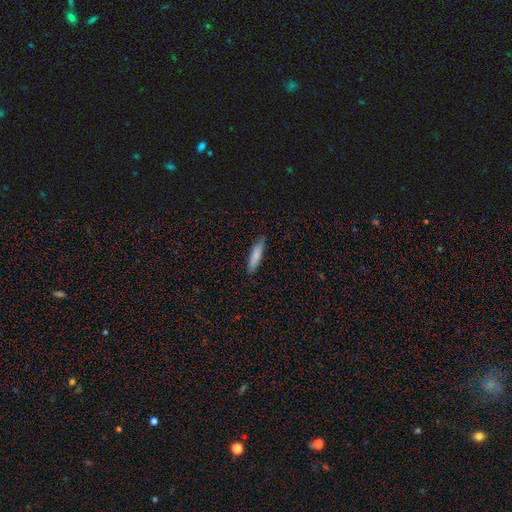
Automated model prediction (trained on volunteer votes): A smooth galaxy with no disk features (81%) that is cigar-shaped (80%). Merging: none (86%).